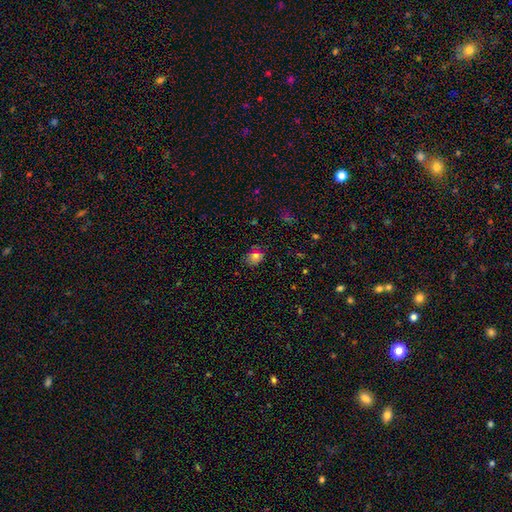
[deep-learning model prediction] This is likely a smooth galaxy (76%). How rounded: possibly in between (53%). Merging: likely none (72%).